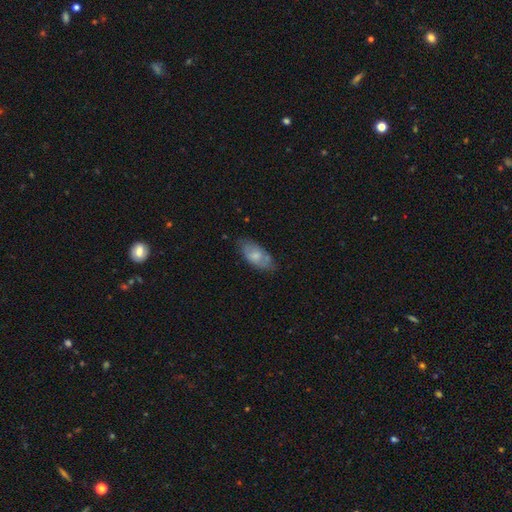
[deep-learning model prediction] Overall: smooth (64%; featured or disk 30%). How rounded: in between (90%). Merging: none (68%).